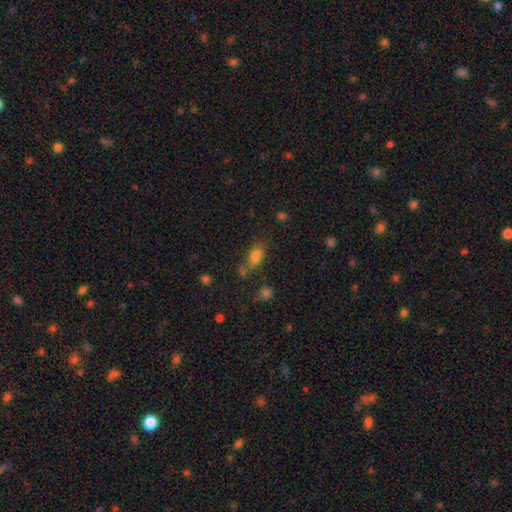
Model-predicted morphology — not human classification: smooth_or_featured: smooth (p=0.78) [alt: star or artifact p=0.14]
how_rounded: in between (p=0.85) [alt: round p=0.08]
merging: none (p=0.57) [alt: minor disturbance p=0.19]